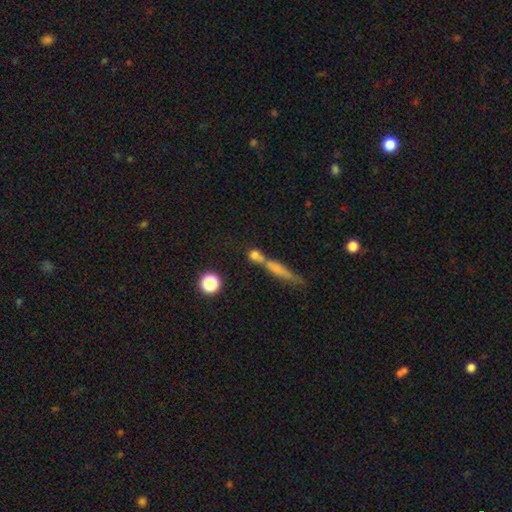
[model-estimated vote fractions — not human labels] smooth 64%, featured or disk 20%, star or artifact 15%. Down the decision tree: how rounded — round (55%); merging — none (48%).